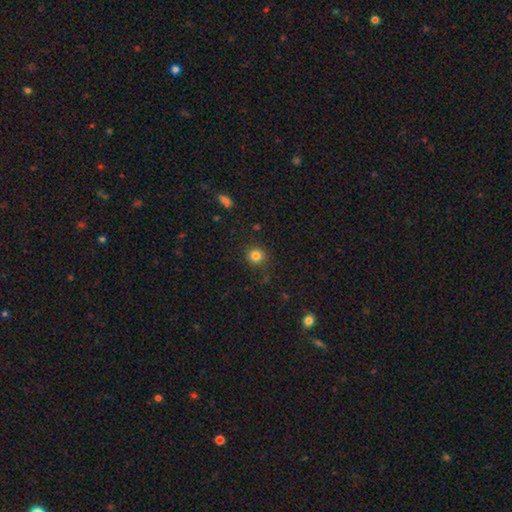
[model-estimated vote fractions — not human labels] Overall: smooth (82%). How rounded: round (91%). Merging: none (87%).